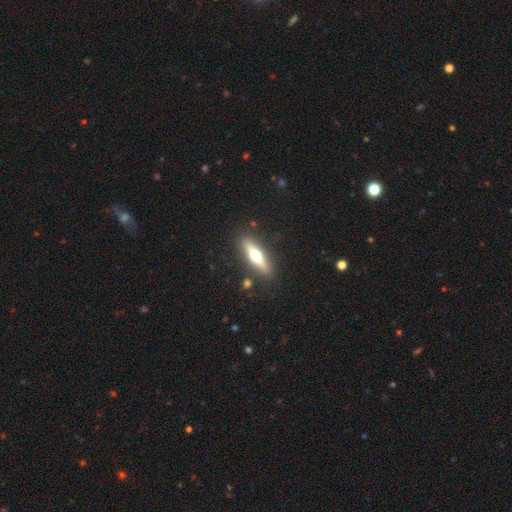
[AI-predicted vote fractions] featured or disk 53%, smooth 40%, star or artifact 6%. Down the decision tree: edge-on disk — yes (90%); merging — none (86%).